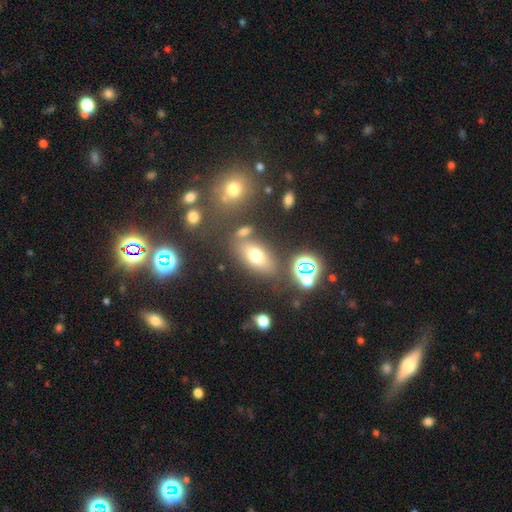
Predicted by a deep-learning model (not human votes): Smooth or featured? smooth (65%)
How rounded? in between (77%)
Merging? none (71%)